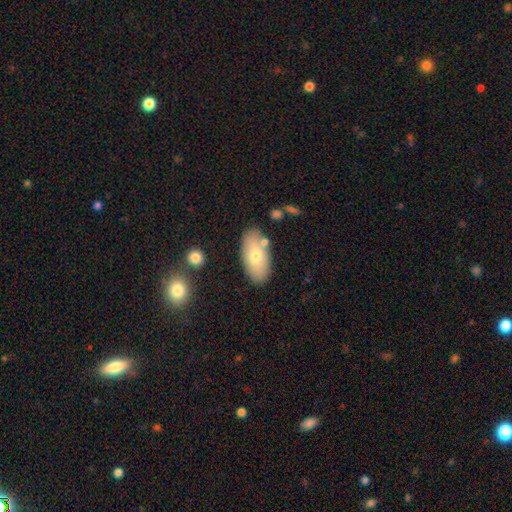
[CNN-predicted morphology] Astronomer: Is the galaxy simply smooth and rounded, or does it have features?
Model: smooth — 70%.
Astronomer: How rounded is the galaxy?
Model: in between — 93%.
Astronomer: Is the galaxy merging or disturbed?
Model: none — 78%.